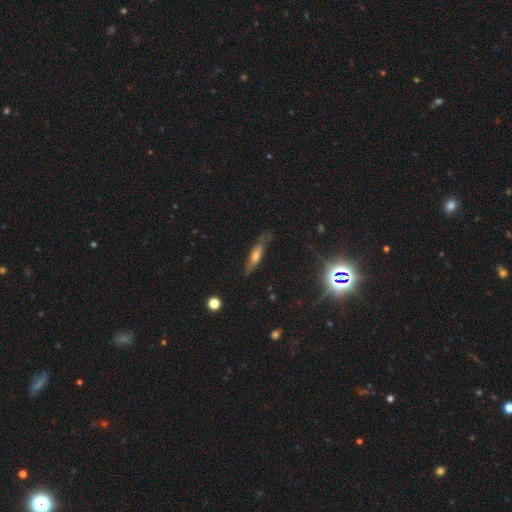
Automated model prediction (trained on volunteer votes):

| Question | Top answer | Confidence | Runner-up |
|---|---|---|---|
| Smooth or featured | featured or disk | 45% | smooth (43%) |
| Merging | none | 68% | minor disturbance (22%) |